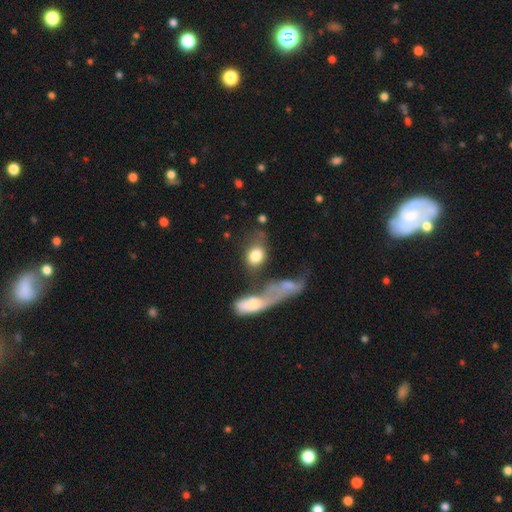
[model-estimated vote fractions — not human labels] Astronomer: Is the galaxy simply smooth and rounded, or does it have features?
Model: smooth — 77%.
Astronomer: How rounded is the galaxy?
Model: in between — 62%.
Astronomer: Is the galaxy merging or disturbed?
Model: none — 36% (runner-up: merger, 34%).